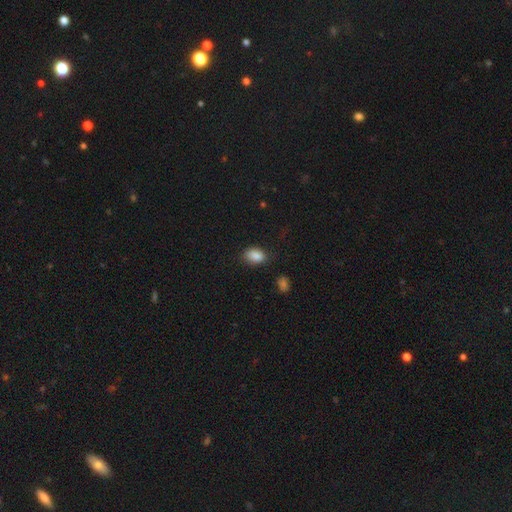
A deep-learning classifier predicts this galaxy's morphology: smooth 87%, star or artifact 9%, featured or disk 4%. Down the decision tree: how rounded — in between (85%); merging — none (77%).